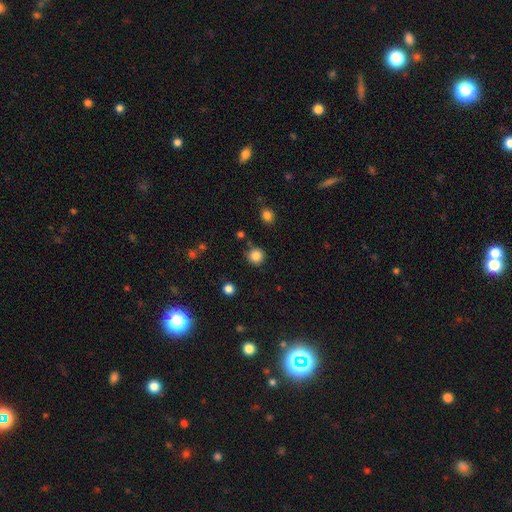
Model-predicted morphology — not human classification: type=smooth (84%); roundness=round (93%); merging=none (84%).